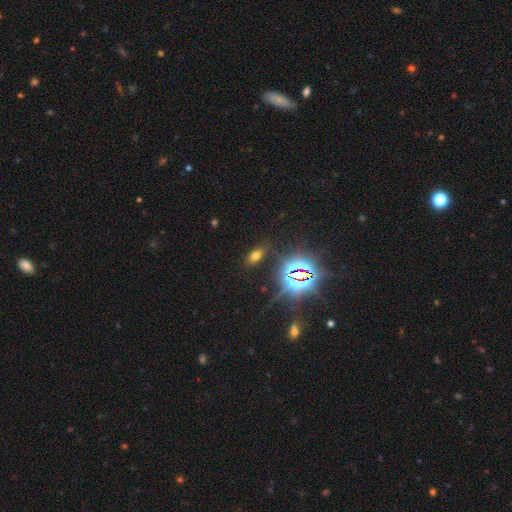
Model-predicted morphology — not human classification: A smooth galaxy with no disk features (54%) that is in between round and cigar-shaped (87%). Merging: none (85%).